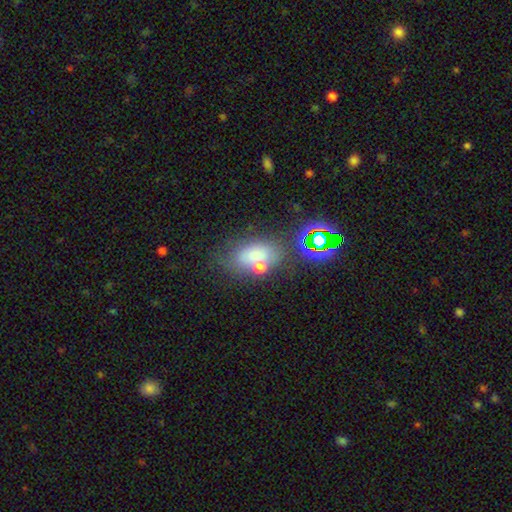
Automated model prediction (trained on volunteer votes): Smooth or featured? Predicted: smooth (p=0.60). How rounded? Predicted: in between (p=0.79). Merging? Predicted: none (p=0.51).